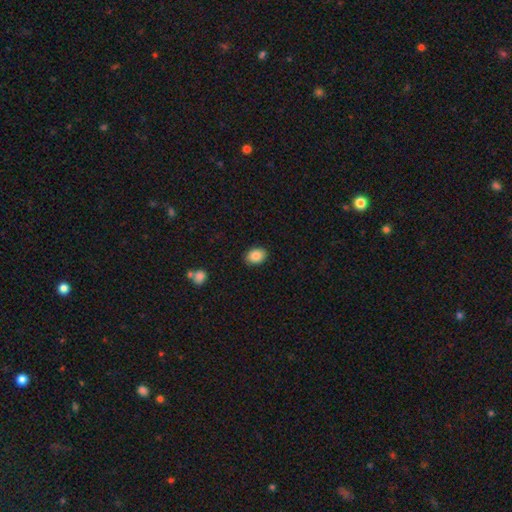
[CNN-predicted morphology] type=smooth (87%); roundness=in between (71%); merging=none (88%).